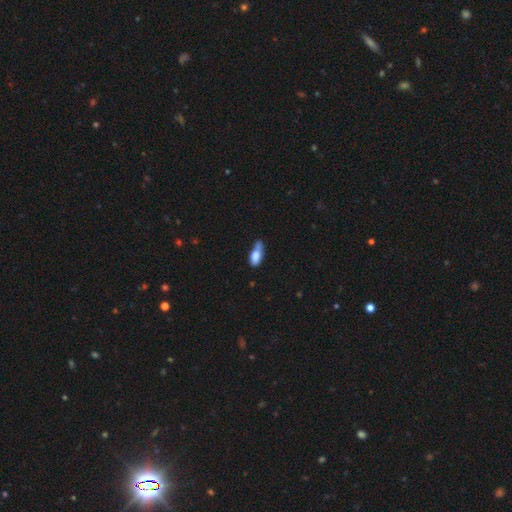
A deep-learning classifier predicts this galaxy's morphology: Smooth or featured?
  - smooth: 76% *
  - featured or disk: 16%
  - star or artifact: 8%
How rounded?
  - in between: 79% *
  - cigar-shaped: 17%
  - round: 4%
Merging?
  - none: 35% *
  - minor disturbance: 34%
  - merger: 18%
  - major disturbance: 13%